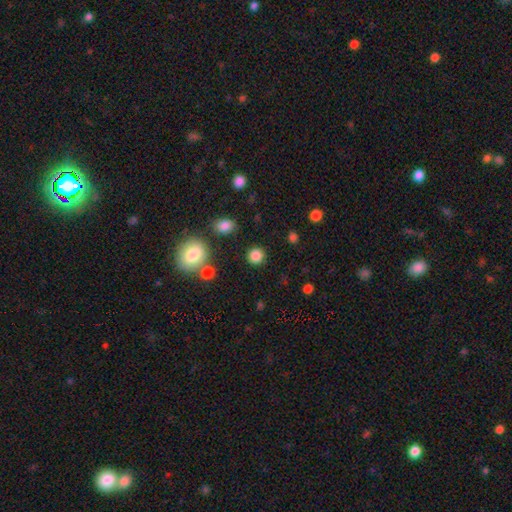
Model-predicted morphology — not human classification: A smooth galaxy with no disk features (85%) that is round (91%).

Vote fractions:
- Smooth or featured? smooth: 85% / star or artifact: 11% / featured or disk: 4%
- How rounded? round: 91% / in between: 8% / cigar-shaped: 1%
- Merging? none: 87% / minor disturbance: 7% / merger: 3% / major disturbance: 3%